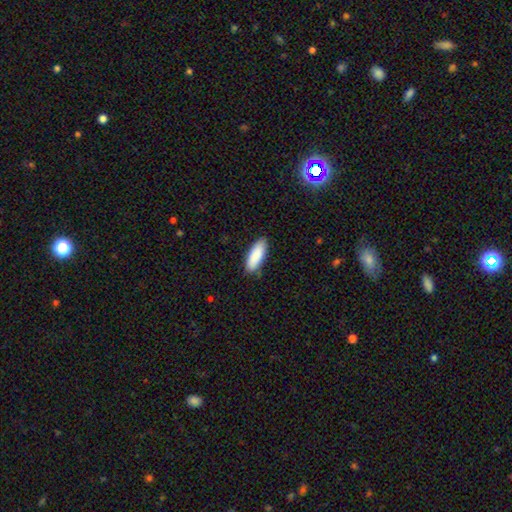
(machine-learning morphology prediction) Q: Smooth or featured?
A: smooth (89%); runner-up: star or artifact (6%)
Q: How rounded?
A: in between (71%); runner-up: cigar-shaped (28%)
Q: Merging?
A: none (82%); runner-up: minor disturbance (15%)